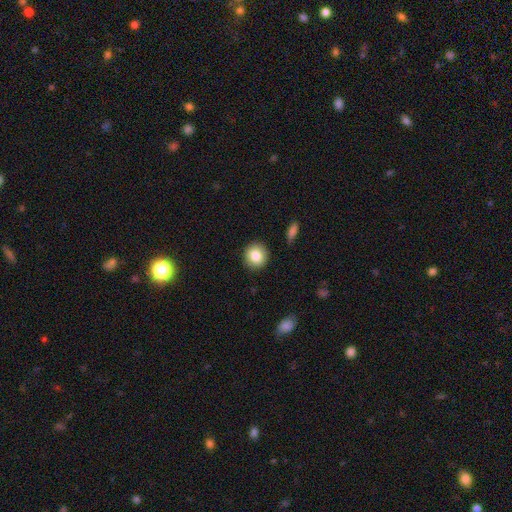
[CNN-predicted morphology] Smooth or featured? Predicted: smooth (p=0.85). How rounded? Predicted: round (p=0.88). Merging? Predicted: none (p=0.90).